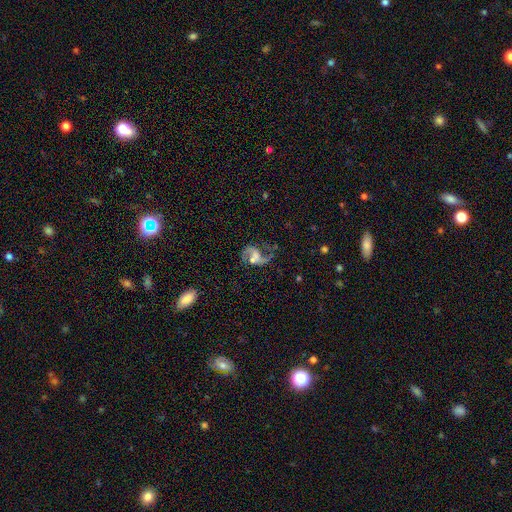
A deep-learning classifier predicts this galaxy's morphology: The model was most divided on "bulge size": small: 38%, moderate: 36%, none: 17%, large: 6%, dominant: 2%. Remaining: edge-on disk — no (98%); spiral arms — yes (95%); spiral arm count — 2 (89%); smooth or featured — featured or disk (84%); spiral winding — loose (62%); merging — none (61%); bar — no (44%).